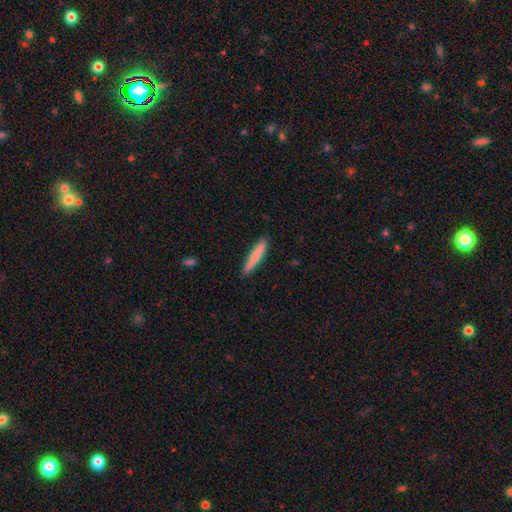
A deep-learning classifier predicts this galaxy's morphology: Smooth or featured? smooth (80%)
How rounded? cigar-shaped (92%)
Merging? none (87%)